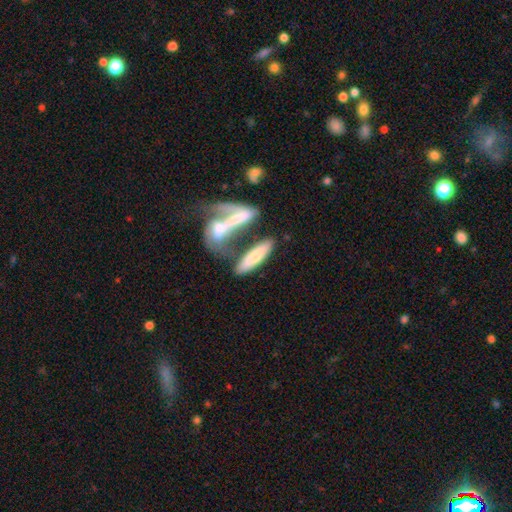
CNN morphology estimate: Smooth or featured? Predicted: smooth (p=0.65). How rounded? Predicted: cigar-shaped (p=0.59). Merging? Predicted: merger (p=0.43).